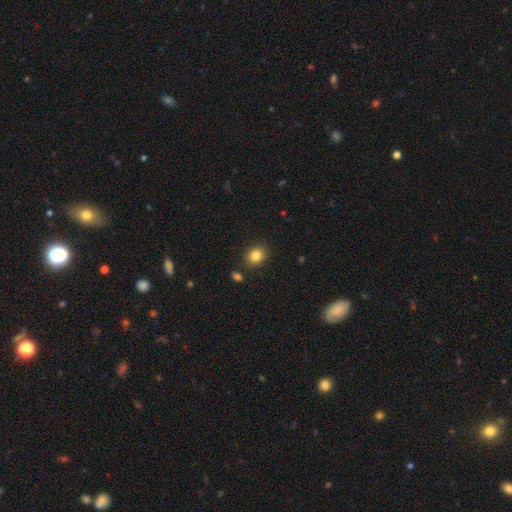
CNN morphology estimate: A smooth galaxy with no disk features (84%) that is round (62%).

Vote fractions:
- Smooth or featured? smooth: 84% / star or artifact: 10% / featured or disk: 6%
- How rounded? round: 62% / in between: 37% / cigar-shaped: 1%
- Merging? none: 86% / minor disturbance: 8% / merger: 3% / major disturbance: 2%